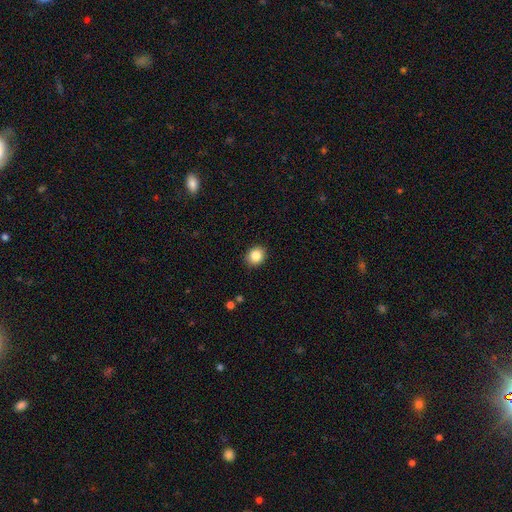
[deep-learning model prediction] Q: Smooth or featured?
A: smooth (85%); runner-up: star or artifact (9%)
Q: How rounded?
A: round (67%); runner-up: in between (32%)
Q: Merging?
A: none (90%); runner-up: minor disturbance (7%)